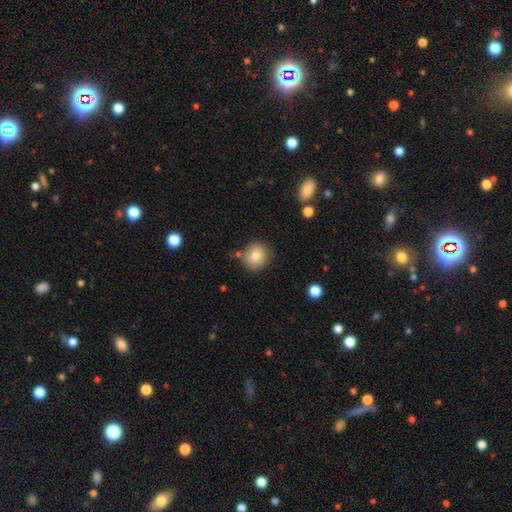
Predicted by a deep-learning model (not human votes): A smooth galaxy with no disk features (81%) that is round (89%).

Vote fractions:
- Smooth or featured? smooth: 81% / star or artifact: 10% / featured or disk: 9%
- How rounded? round: 89% / in between: 10% / cigar-shaped: 1%
- Merging? none: 81% / minor disturbance: 11% / merger: 5% / major disturbance: 3%